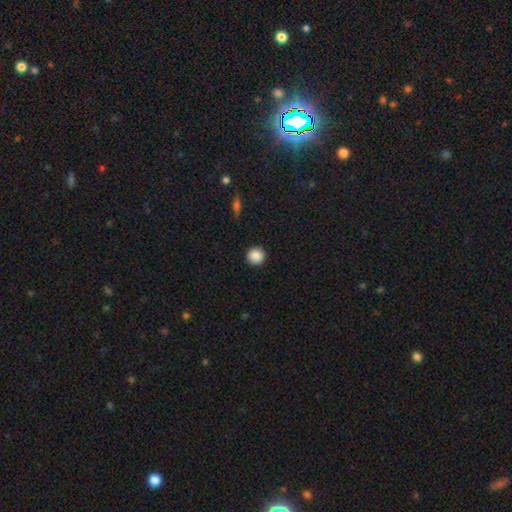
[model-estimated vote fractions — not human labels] Morphology: type=smooth (88%); roundness=round (95%); merging=none (92%).